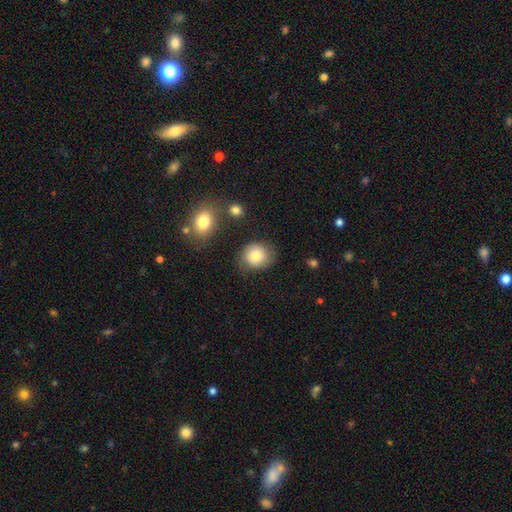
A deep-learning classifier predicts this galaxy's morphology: Smooth or featured?
  - smooth: 76% *
  - featured or disk: 15%
  - star or artifact: 9%
How rounded?
  - round: 79% *
  - in between: 20%
  - cigar-shaped: 1%
Merging?
  - none: 73% *
  - minor disturbance: 18%
  - major disturbance: 6%
  - merger: 3%